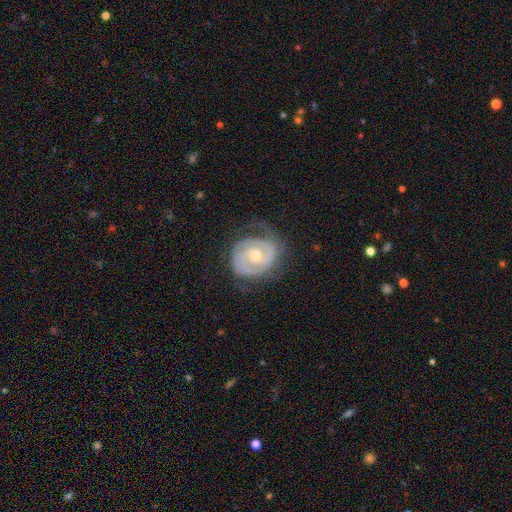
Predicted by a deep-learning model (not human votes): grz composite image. It shows a featured or disk galaxy (83%) with no bar (59%), 2 (59%) tight (65%) spiral arms (90%) and a moderate central bulge (63%). Merging: none (65%).